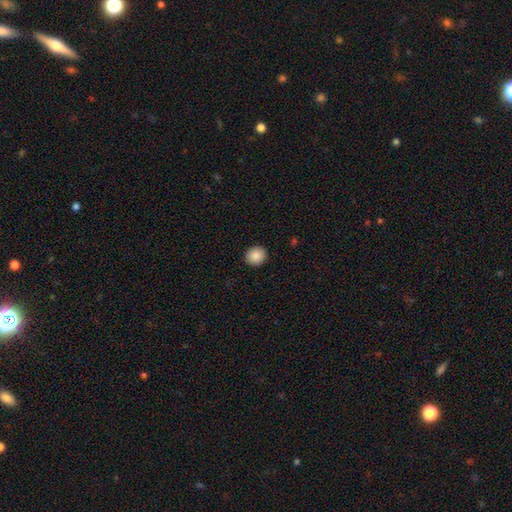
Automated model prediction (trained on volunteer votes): Smooth or featured: smooth — 88% (star or artifact — 8%)
How rounded: round — 79% (in between — 20%)
Merging: none — 92% (minor disturbance — 5%)